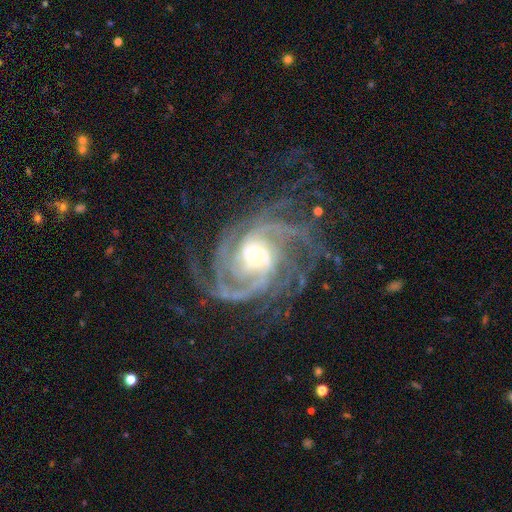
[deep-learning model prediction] A featured or disk galaxy (92%) with no bar (55%), 4 (20%) tight (56%) spiral arms (98%) and a small central bulge (50%). Merging: none (68%).